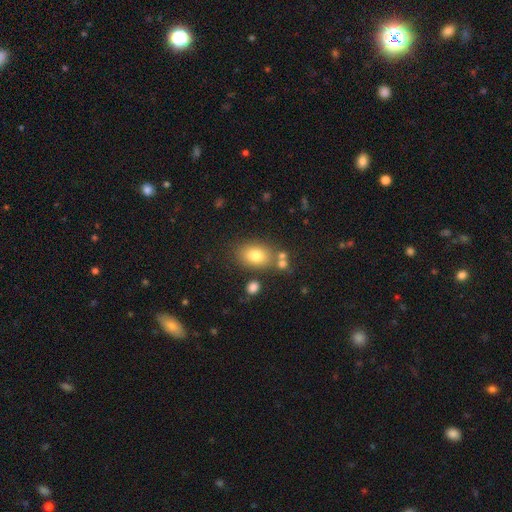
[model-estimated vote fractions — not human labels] This appears to be a smooth galaxy with no disk features (78%) that is in between round and cigar-shaped (74%). Merging: none (72%).